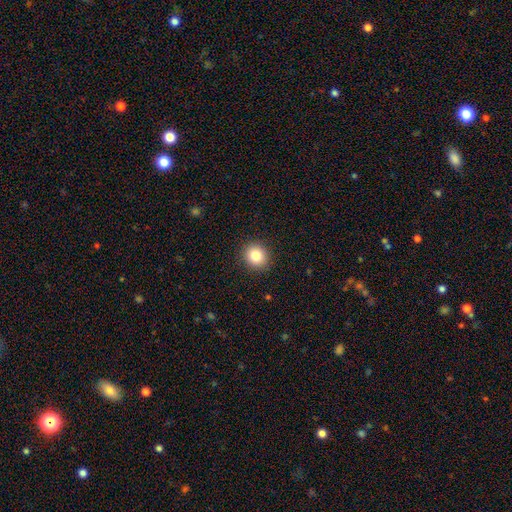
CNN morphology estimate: A smooth galaxy with no disk features (83%) that is round (86%).

Vote fractions:
- Smooth or featured? smooth: 83% / star or artifact: 10% / featured or disk: 6%
- How rounded? round: 86% / in between: 13% / cigar-shaped: 1%
- Merging? none: 91% / minor disturbance: 6% / major disturbance: 2% / merger: 1%